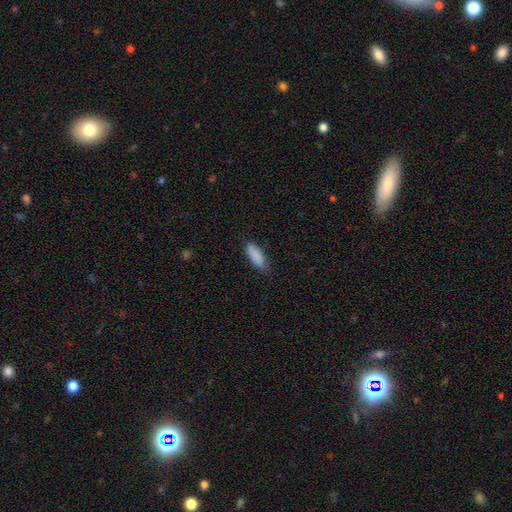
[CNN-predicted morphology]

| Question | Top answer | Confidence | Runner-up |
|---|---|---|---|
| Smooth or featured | smooth | 88% | star or artifact (6%) |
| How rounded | in between | 66% | cigar-shaped (33%) |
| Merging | none | 78% | minor disturbance (18%) |